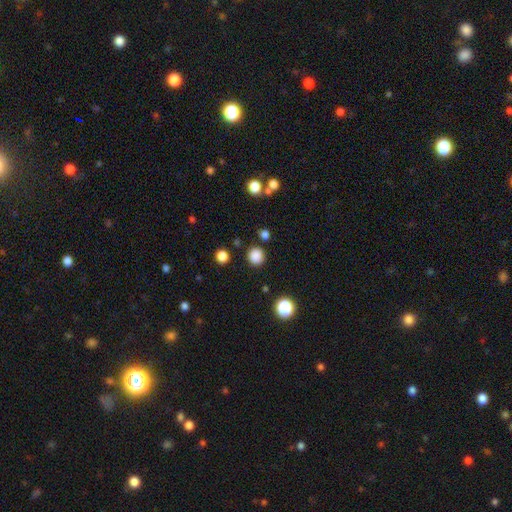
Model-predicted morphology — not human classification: Smooth or featured: smooth — 84% (star or artifact — 13%)
How rounded: round — 92% (in between — 7%)
Merging: none — 88% (minor disturbance — 6%)